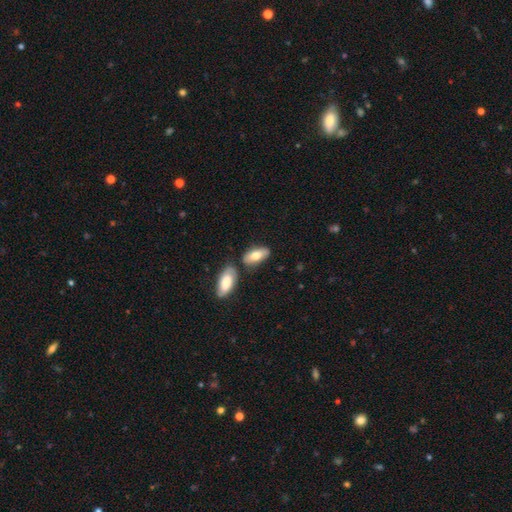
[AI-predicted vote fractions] Morphology: type=smooth (72%); roundness=in between (85%); merging=none (69%).